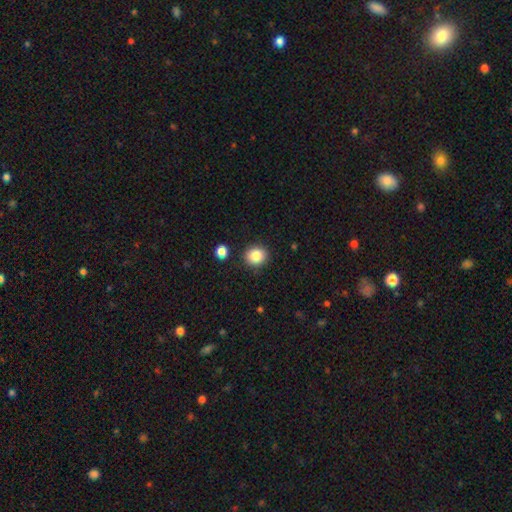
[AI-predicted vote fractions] smooth_or_featured: smooth (p=0.85) [alt: star or artifact p=0.10]
how_rounded: round (p=0.80) [alt: in between p=0.19]
merging: none (p=0.88) [alt: minor disturbance p=0.07]